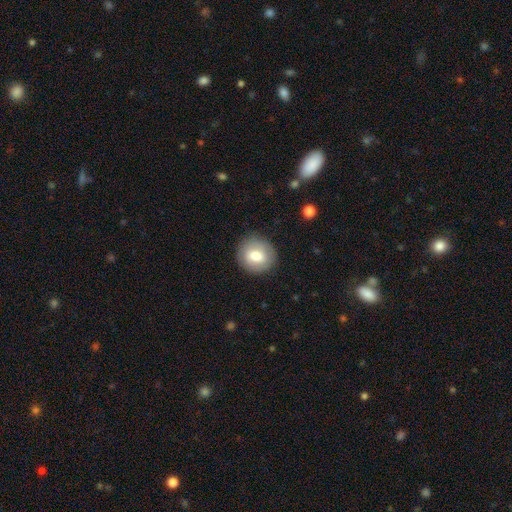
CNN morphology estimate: Overall: smooth (73%). How rounded: round (87%). Merging: none (88%).